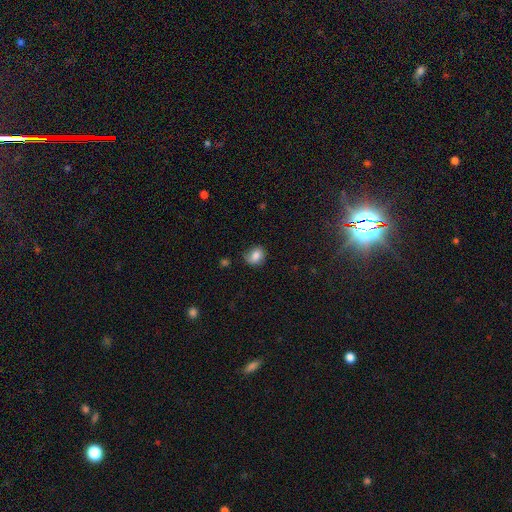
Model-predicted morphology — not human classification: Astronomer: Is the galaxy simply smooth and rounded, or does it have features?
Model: smooth — 80%.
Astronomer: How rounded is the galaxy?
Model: round — 59% (runner-up: in between, 40%).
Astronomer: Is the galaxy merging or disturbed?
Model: none — 67%.